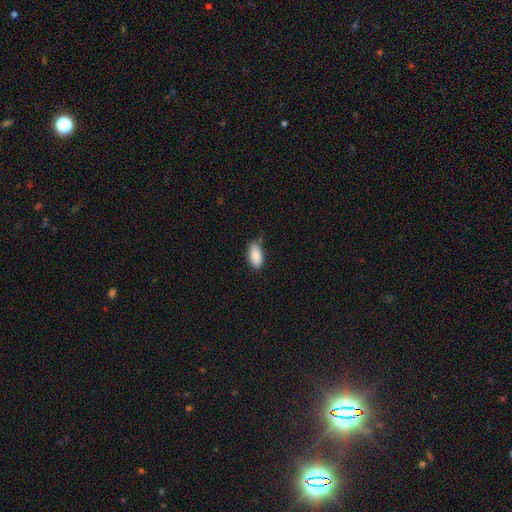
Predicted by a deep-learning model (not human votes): Smooth or featured: smooth — 88% (star or artifact — 7%)
How rounded: in between — 92% (cigar-shaped — 6%)
Merging: none — 72% (minor disturbance — 22%)